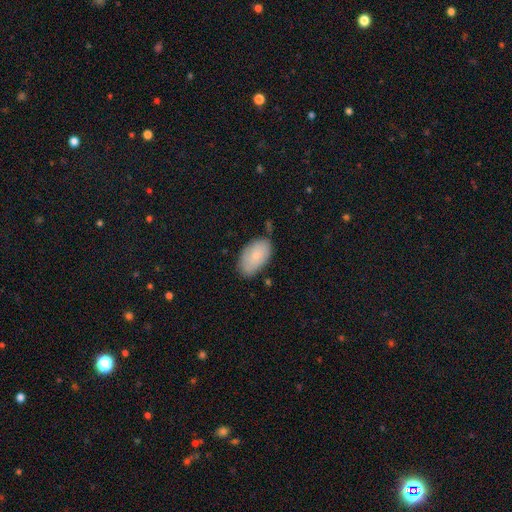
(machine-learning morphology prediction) Overall: smooth (79%). How rounded: in between (95%). Merging: none (71%).